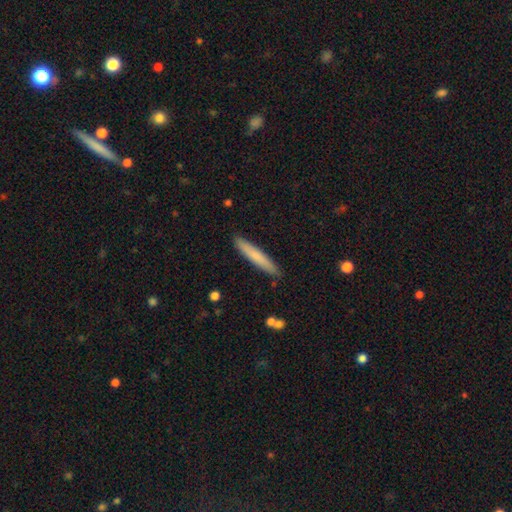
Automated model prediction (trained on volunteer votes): smooth 74%, featured or disk 21%, star or artifact 5%. Down the decision tree: how rounded — cigar-shaped (94%); merging — none (90%).